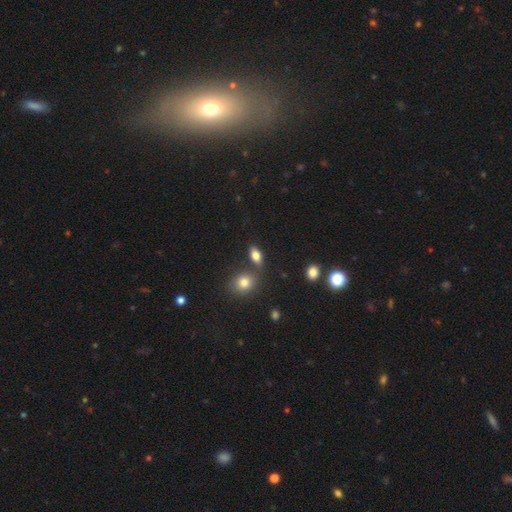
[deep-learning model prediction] The model was most divided on "merging": none: 69%, merger: 15%, minor disturbance: 12%, major disturbance: 4%. More confident: how rounded — in between (81%); smooth or featured — smooth (76%).